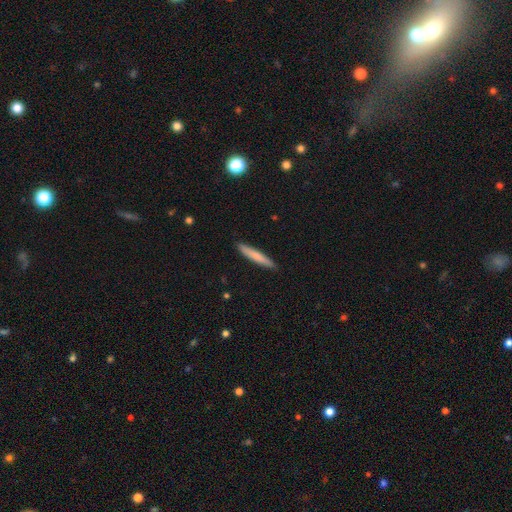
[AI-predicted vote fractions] This appears to be a smooth galaxy with no disk features (74%) that is cigar-shaped (95%). Merging: none (90%).